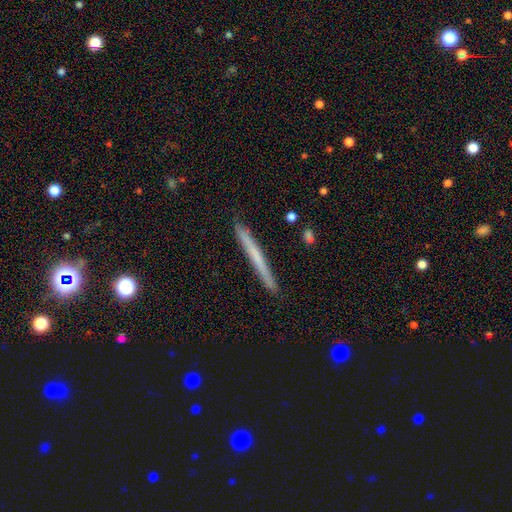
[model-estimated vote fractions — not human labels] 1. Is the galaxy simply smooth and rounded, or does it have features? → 55% smooth, 38% featured or disk, 6% star or artifact.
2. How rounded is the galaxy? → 97% cigar-shaped, 2% in between, 1% round.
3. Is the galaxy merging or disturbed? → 91% none, 7% minor disturbance, 1% major disturbance, 1% merger.